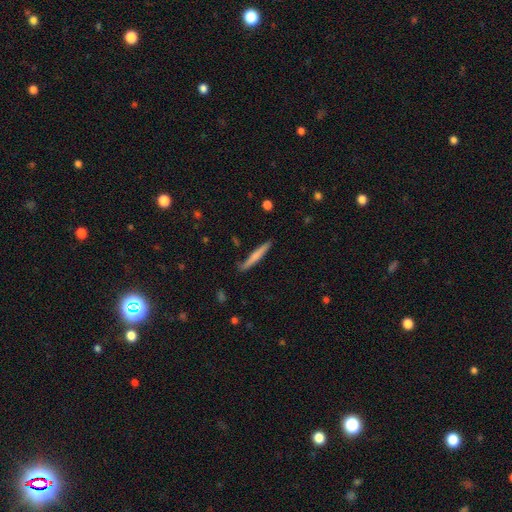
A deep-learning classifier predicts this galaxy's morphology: Smooth or featured?
  - smooth: 63% *
  - featured or disk: 31%
  - star or artifact: 5%
How rounded?
  - cigar-shaped: 96% *
  - in between: 3%
  - round: 1%
Merging?
  - none: 85% *
  - minor disturbance: 11%
  - major disturbance: 2%
  - merger: 2%